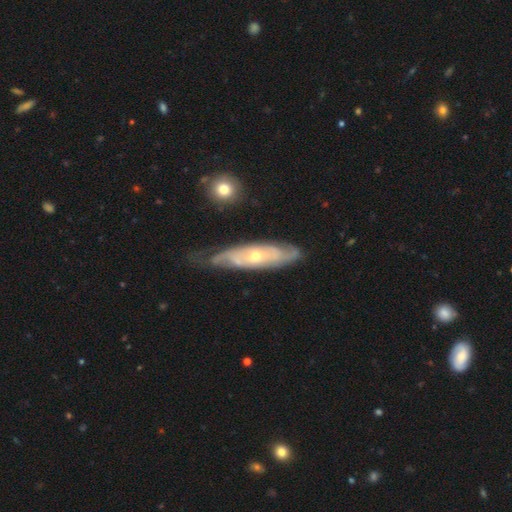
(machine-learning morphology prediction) The model was most divided on "bulge size": small: 50%, moderate: 46%, large: 2%, none: 1%, dominant: 1%. More confident: spiral arms — yes (87%); smooth or featured — featured or disk (78%); edge-on disk — no (77%); bar — no (73%); merging — none (62%); spiral winding — tight (62%); spiral arm count — can't tell (50%).